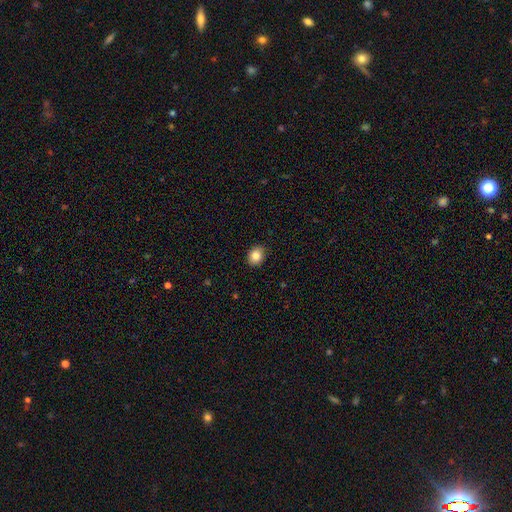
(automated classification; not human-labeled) smooth-or-featured: smooth: 84% | star or artifact: 9% | featured or disk: 7%
  how-rounded: round: 56% | in between: 43% | cigar-shaped: 1%
  merging: none: 89% | minor disturbance: 8% | major disturbance: 2% | merger: 1%